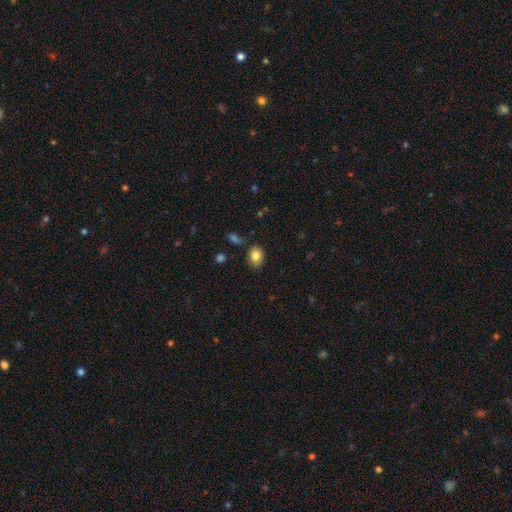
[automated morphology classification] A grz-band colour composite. It shows a smooth galaxy with no disk features (82%) that is in between round and cigar-shaped (71%). Merging: none (80%).